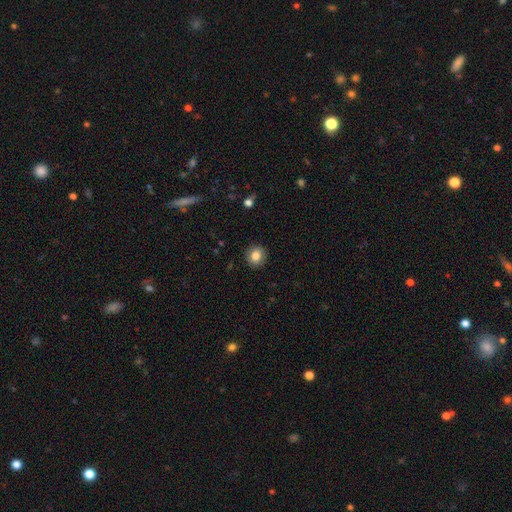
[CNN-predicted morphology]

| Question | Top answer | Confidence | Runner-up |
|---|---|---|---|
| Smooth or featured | smooth | 82% | star or artifact (9%) |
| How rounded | round | 86% | in between (13%) |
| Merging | none | 91% | minor disturbance (6%) |